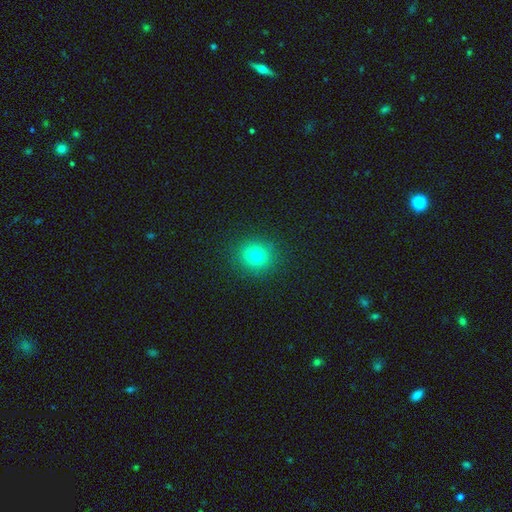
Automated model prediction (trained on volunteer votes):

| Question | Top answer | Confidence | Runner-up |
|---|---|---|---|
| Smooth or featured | smooth | 78% | star or artifact (14%) |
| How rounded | round | 86% | in between (13%) |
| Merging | none | 89% | minor disturbance (7%) |